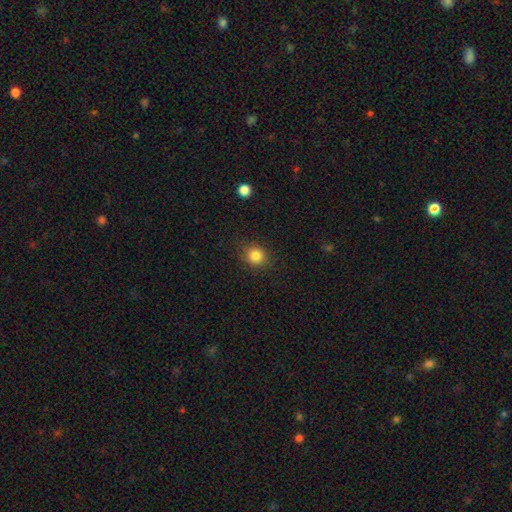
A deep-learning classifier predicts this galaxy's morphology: The model was most divided on "how rounded": round: 85%, in between: 14%, cigar-shaped: 1%. More confident: merging — none (86%); smooth or featured — smooth (84%).